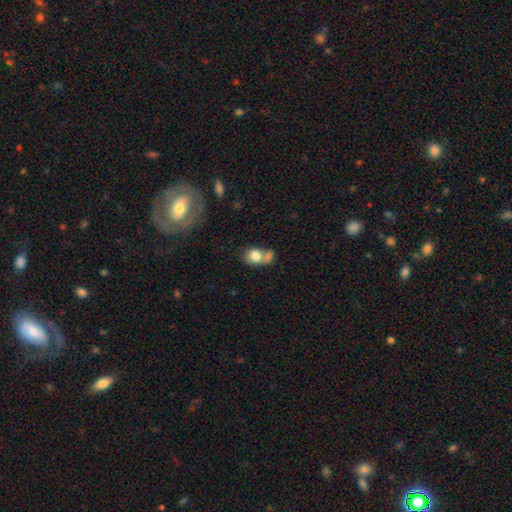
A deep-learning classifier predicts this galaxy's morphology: Smooth or featured? smooth (78%)
How rounded? round (53%)
Merging? merger (48%)